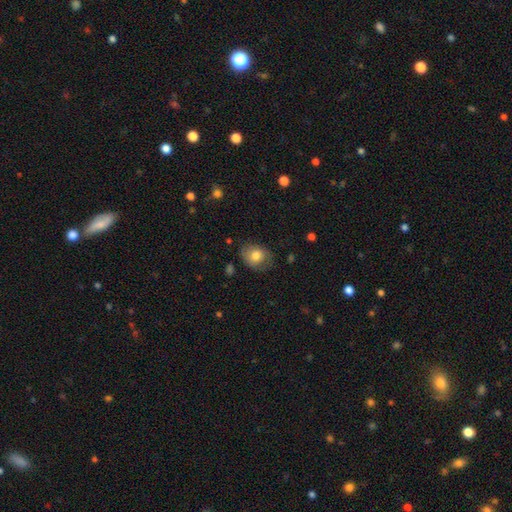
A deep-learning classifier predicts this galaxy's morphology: Smooth or featured?
  - smooth: 74% *
  - featured or disk: 18%
  - star or artifact: 8%
How rounded?
  - in between: 54% *
  - round: 45%
  - cigar-shaped: 1%
Merging?
  - none: 67% *
  - minor disturbance: 24%
  - major disturbance: 8%
  - merger: 1%